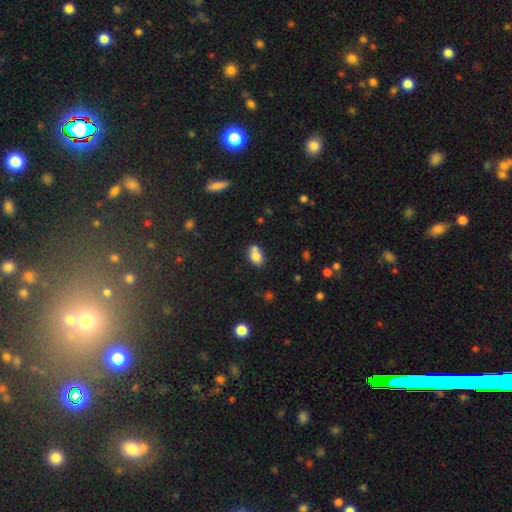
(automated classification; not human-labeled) Smooth or featured? smooth (78%)
How rounded? in between (80%)
Merging? none (49%)